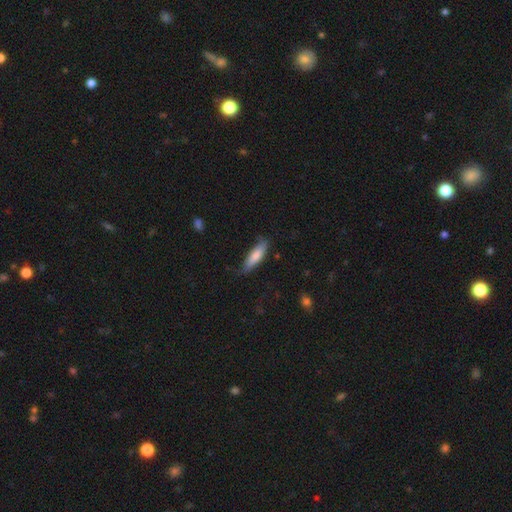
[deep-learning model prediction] This appears to be a smooth galaxy with no disk features (75%) that is cigar-shaped (64%). Merging: none (73%).